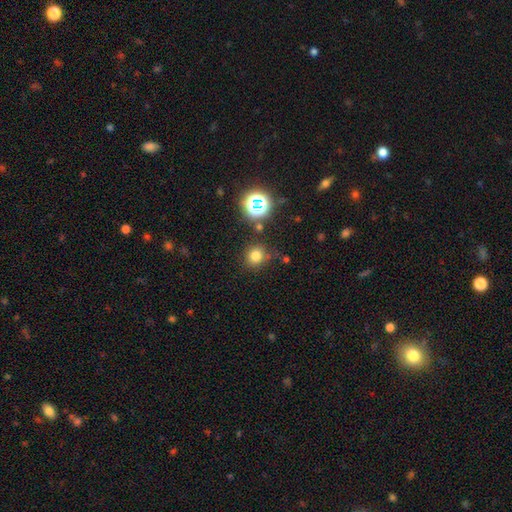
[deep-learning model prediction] The model was most divided on "smooth or featured": smooth: 74%, star or artifact: 19%, featured or disk: 6%. More confident: how rounded — round (86%); merging — none (78%).